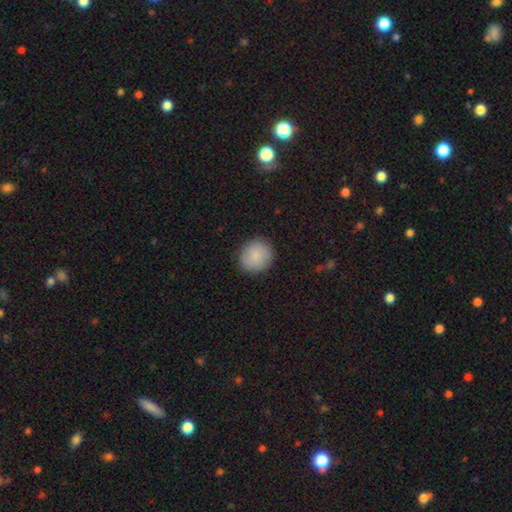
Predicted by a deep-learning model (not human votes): Overall: smooth (88%). How rounded: round (90%). Merging: none (90%).